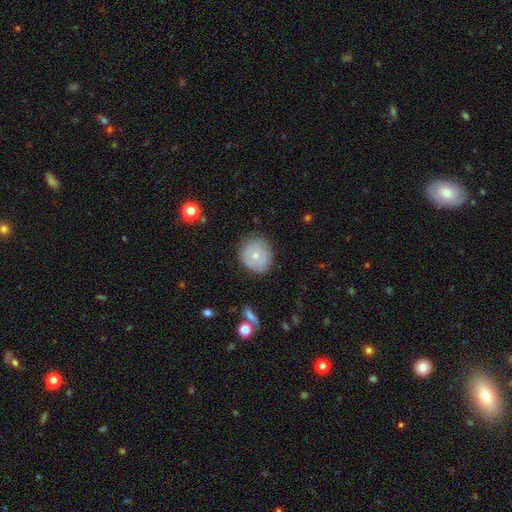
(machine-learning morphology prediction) This is likely a smooth galaxy (66%). How rounded: clearly round (85%). Merging: clearly none (81%).